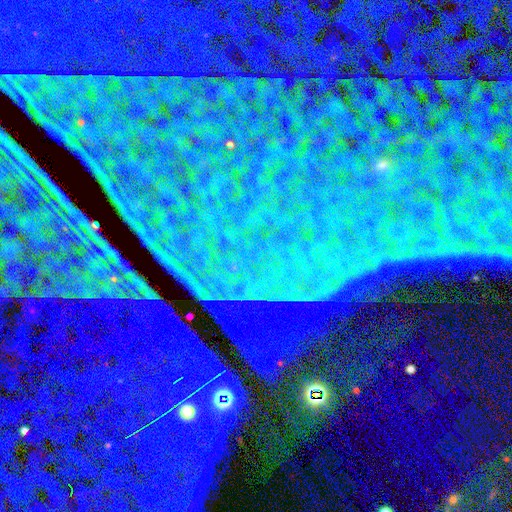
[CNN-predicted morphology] smooth-or-featured: star or artifact: 87% | featured or disk: 7% | smooth: 6%